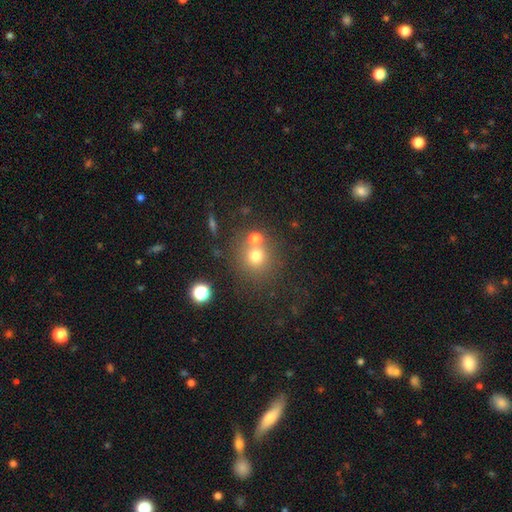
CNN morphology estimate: smooth 71%, star or artifact 18%, featured or disk 11%. Down the decision tree: how rounded — round (88%); merging — none (61%).